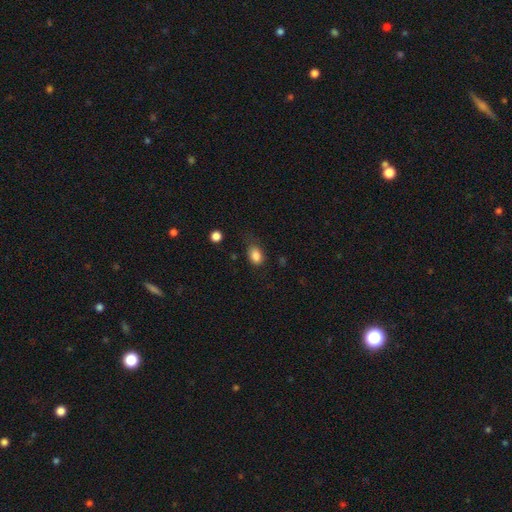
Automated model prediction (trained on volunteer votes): The model was most divided on "merging": none: 65%, minor disturbance: 25%, major disturbance: 8%, merger: 2%. More confident: smooth or featured — smooth (86%); how rounded — in between (75%).